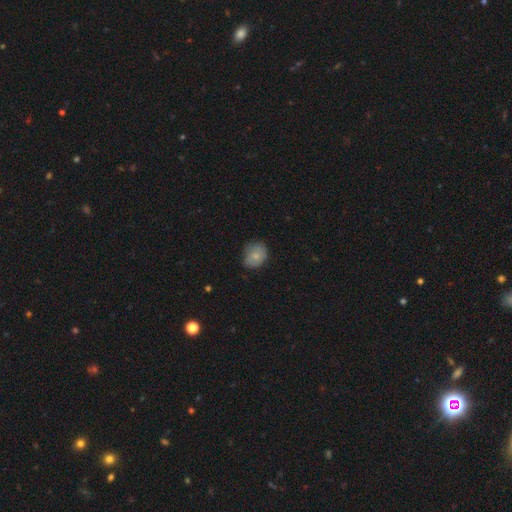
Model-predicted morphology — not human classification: Q: Smooth or featured?
A: smooth (74%); runner-up: featured or disk (17%)
Q: How rounded?
A: round (53%); runner-up: in between (46%)
Q: Merging?
A: none (63%); runner-up: minor disturbance (29%)